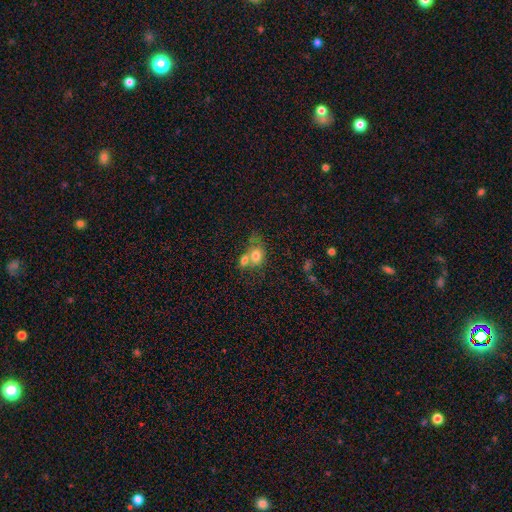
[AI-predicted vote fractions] Smooth or featured? Predicted: smooth (p=0.74). How rounded? Predicted: in between (p=0.52). Merging? Predicted: merger (p=0.61).